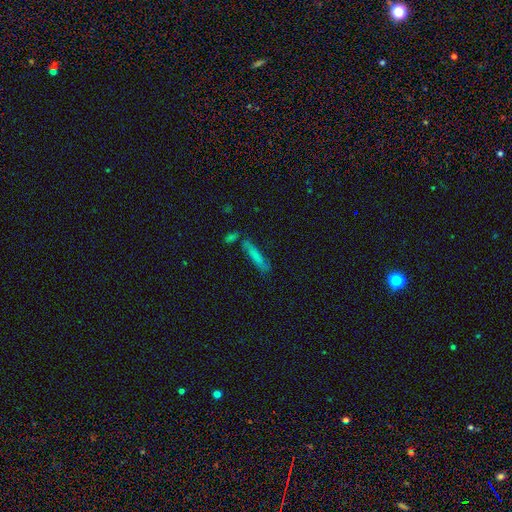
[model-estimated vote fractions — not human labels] Smooth or featured? Predicted: smooth (p=0.71). How rounded? Predicted: cigar-shaped (p=0.89). Merging? Predicted: none (p=0.72).